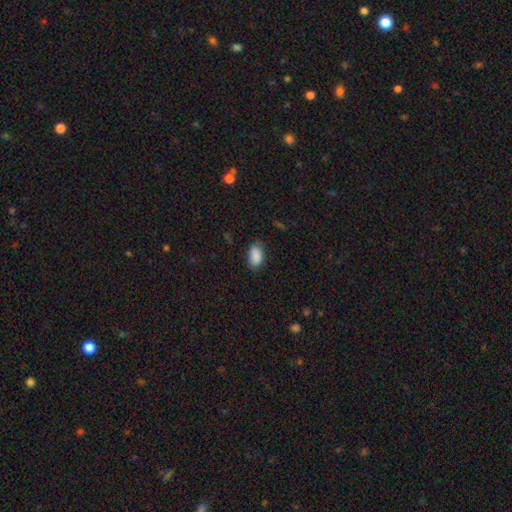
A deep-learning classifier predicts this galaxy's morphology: The model was most divided on "merging": none: 80%, minor disturbance: 16%, major disturbance: 3%, merger: 1%. More confident: how rounded — in between (93%); smooth or featured — smooth (89%).